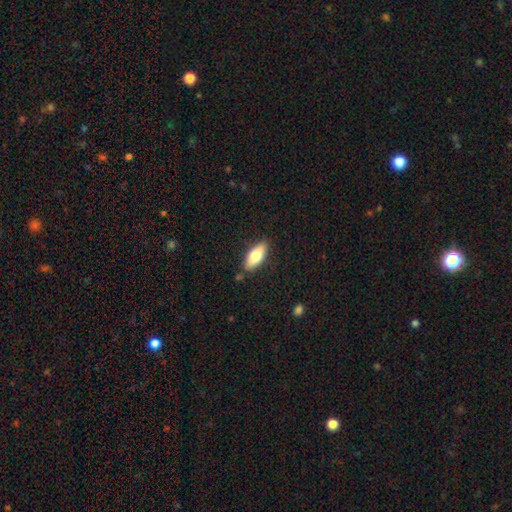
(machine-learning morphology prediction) A smooth galaxy with no disk features (75%) that is in between round and cigar-shaped (79%). Merging: none (84%).